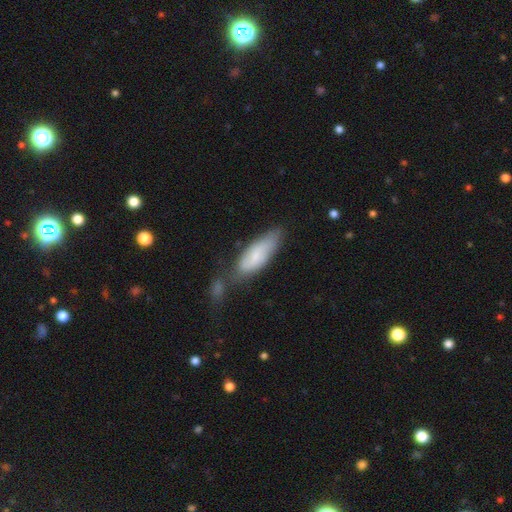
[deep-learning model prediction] A smooth galaxy with no disk features (68%) that is in between round and cigar-shaped (60%).

Vote fractions:
- Smooth or featured? smooth: 68% / featured or disk: 25% / star or artifact: 7%
- How rounded? in between: 60% / cigar-shaped: 38% / round: 2%
- Merging? none: 43% / minor disturbance: 25% / merger: 23% / major disturbance: 9%